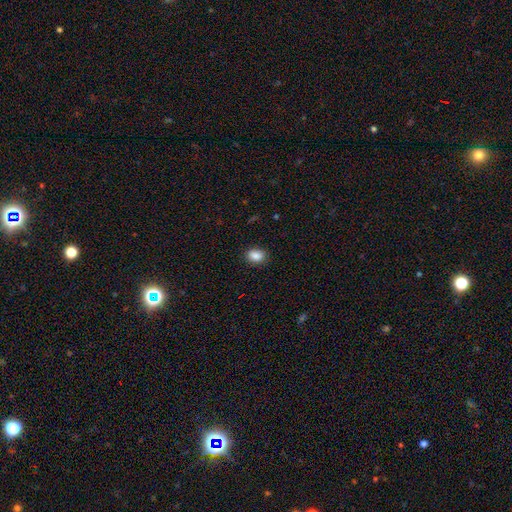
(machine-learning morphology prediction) Smooth or featured? smooth (87%)
How rounded? in between (69%)
Merging? none (88%)